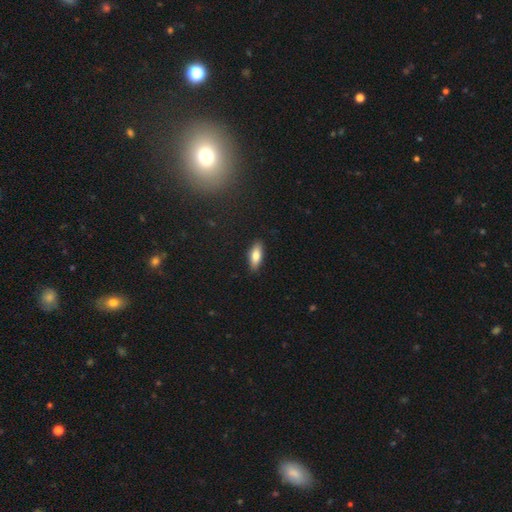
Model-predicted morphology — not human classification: Smooth or featured?
  - smooth: 78% *
  - featured or disk: 15%
  - star or artifact: 6%
How rounded?
  - in between: 69% *
  - cigar-shaped: 29%
  - round: 2%
Merging?
  - none: 88% *
  - minor disturbance: 9%
  - major disturbance: 2%
  - merger: 1%